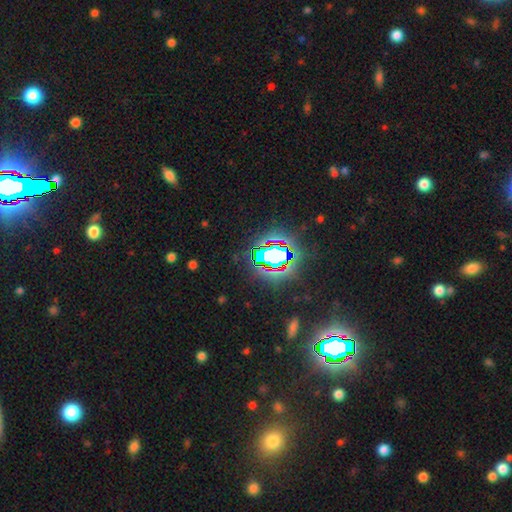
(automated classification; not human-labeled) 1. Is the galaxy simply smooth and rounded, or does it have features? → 73% star or artifact, 15% smooth, 12% featured or disk.